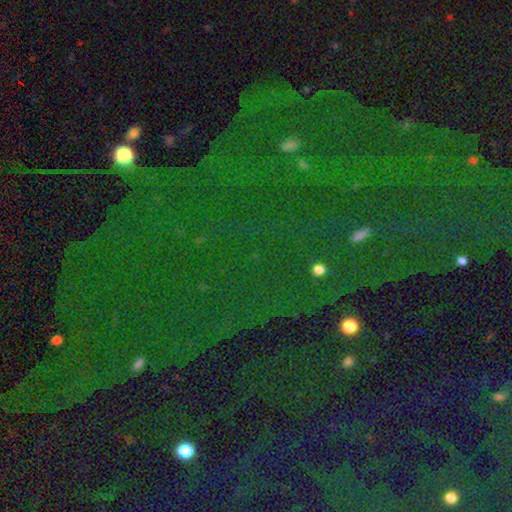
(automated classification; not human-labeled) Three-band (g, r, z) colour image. It shows a star or artifact, not a galaxy (81%).